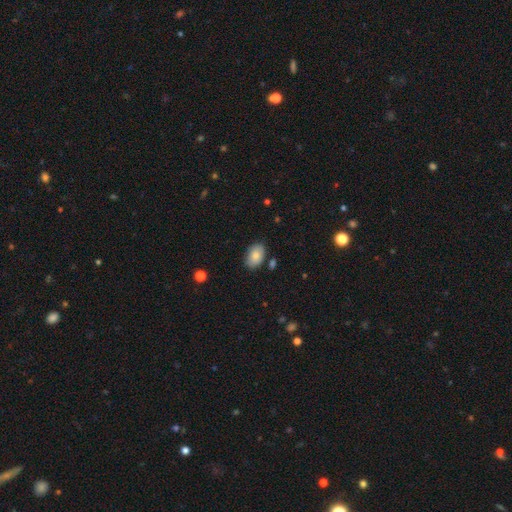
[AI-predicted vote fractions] This is clearly a smooth galaxy (82%). How rounded: clearly in between (89%). Merging: clearly none (82%).